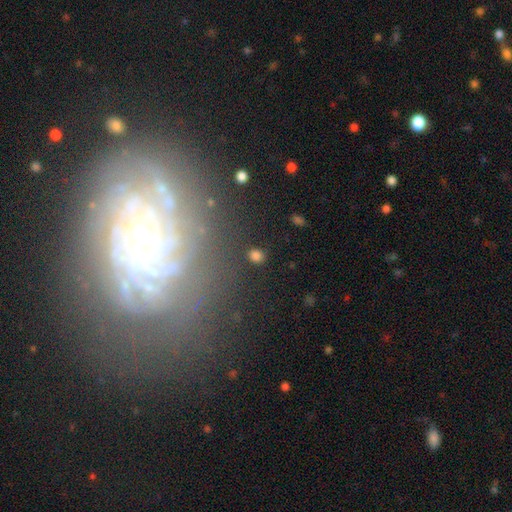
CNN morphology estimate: type=smooth (78%); roundness=round (74%); merging=none (88%).